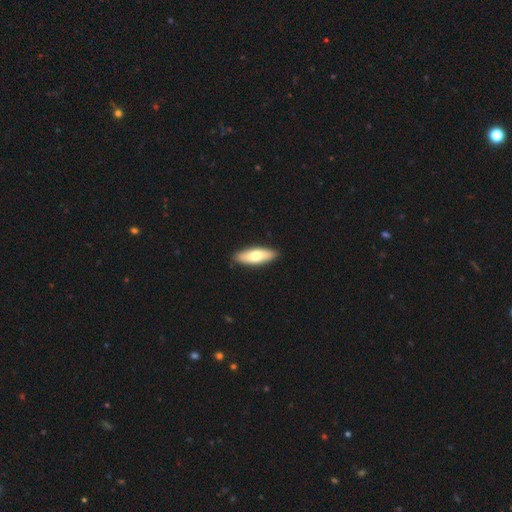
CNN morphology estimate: Smooth or featured?
  - smooth: 69% *
  - featured or disk: 26%
  - star or artifact: 5%
How rounded?
  - in between: 60% *
  - cigar-shaped: 38%
  - round: 2%
Merging?
  - none: 89% *
  - minor disturbance: 8%
  - major disturbance: 2%
  - merger: 1%